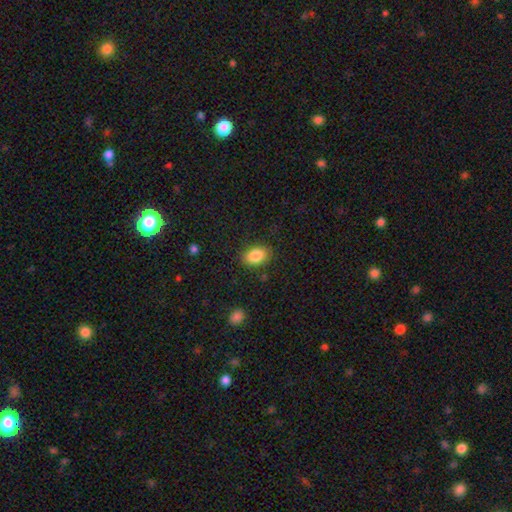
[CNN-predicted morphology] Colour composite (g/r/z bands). It shows a smooth galaxy with no disk features (86%) that is in between round and cigar-shaped (84%). Merging: none (85%).